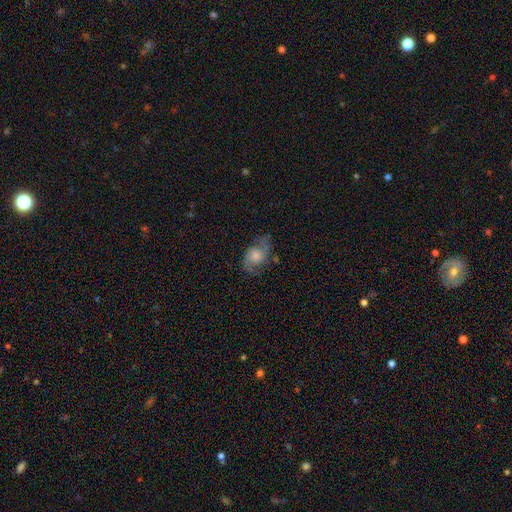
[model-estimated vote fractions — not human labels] featured or disk 56%, smooth 35%, star or artifact 9%. Down the decision tree: edge-on disk — no (95%); bar — no (71%); spiral arms — yes (84%); bulge size — moderate (42%); merging — none (59%).